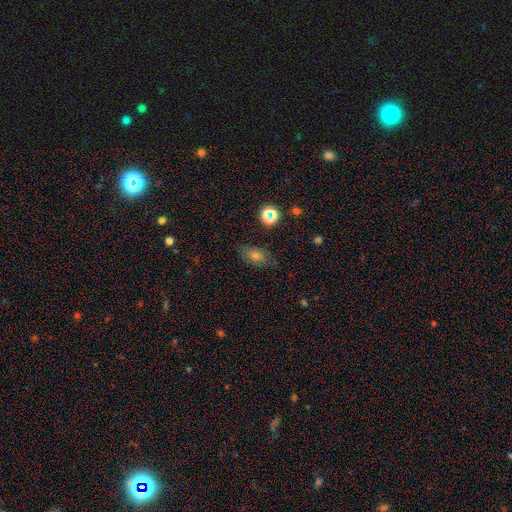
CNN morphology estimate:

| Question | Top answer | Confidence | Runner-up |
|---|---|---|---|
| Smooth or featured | smooth | 50% | star or artifact (28%) |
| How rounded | in between | 74% | round (22%) |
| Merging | none | 79% | minor disturbance (15%) |